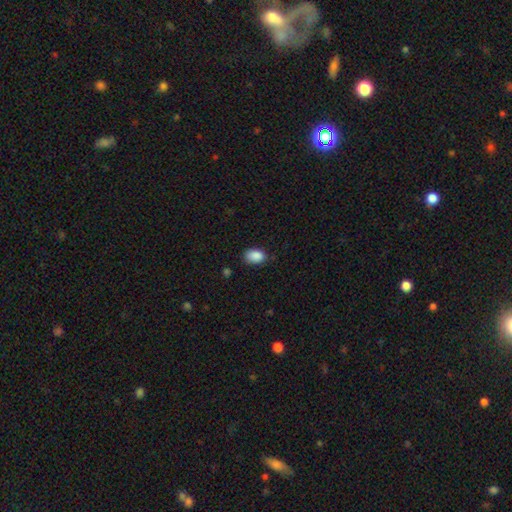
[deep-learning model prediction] Smooth or featured: smooth — 89% (star or artifact — 8%)
How rounded: in between — 87% (round — 12%)
Merging: none — 75% (minor disturbance — 20%)